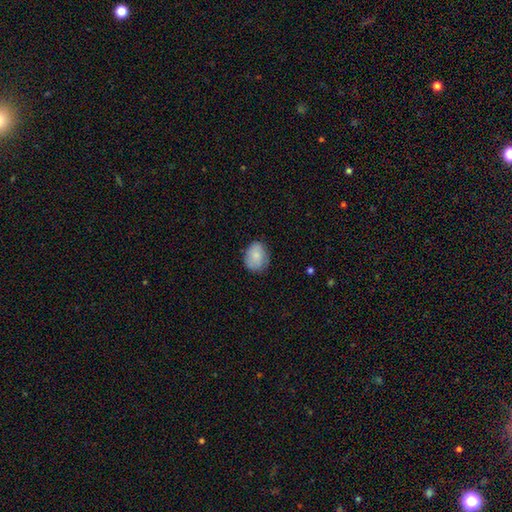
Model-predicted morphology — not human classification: A smooth galaxy with no disk features (82%) that is in between round and cigar-shaped (55%). Merging: none (75%).